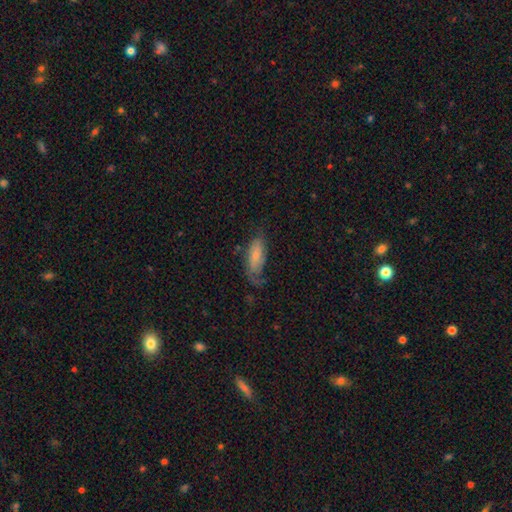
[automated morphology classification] smooth_or_featured: smooth (p=0.48) [alt: featured or disk p=0.44]
merging: none (p=0.50) [alt: minor disturbance p=0.28]